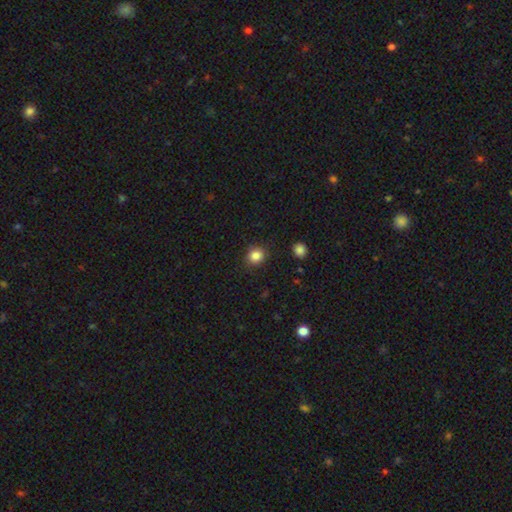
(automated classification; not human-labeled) A smooth galaxy with no disk features (85%) that is round (84%). Merging: none (88%).